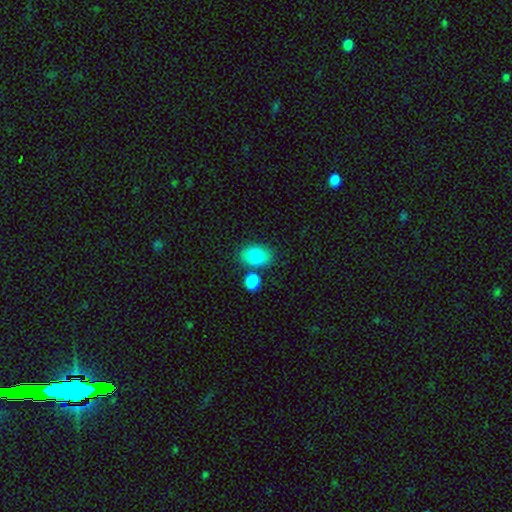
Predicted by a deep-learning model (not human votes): Smooth or featured? Predicted: smooth (p=0.84). How rounded? Predicted: in between (p=0.84). Merging? Predicted: none (p=0.72).